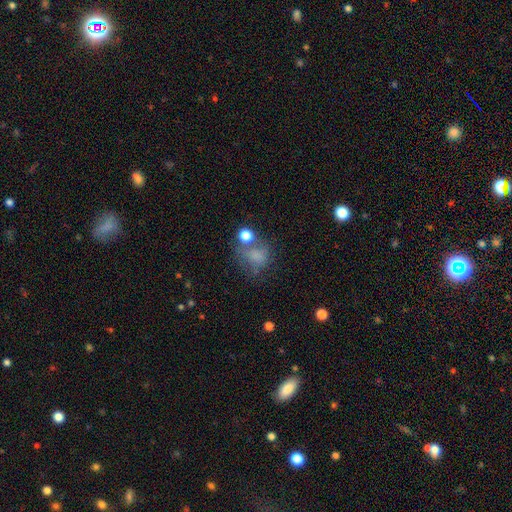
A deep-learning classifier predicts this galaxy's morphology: smooth_or_featured: smooth (p=0.64) [alt: featured or disk p=0.18]
how_rounded: round (p=0.64) [alt: in between p=0.35]
merging: none (p=0.41) [alt: major disturbance p=0.22]